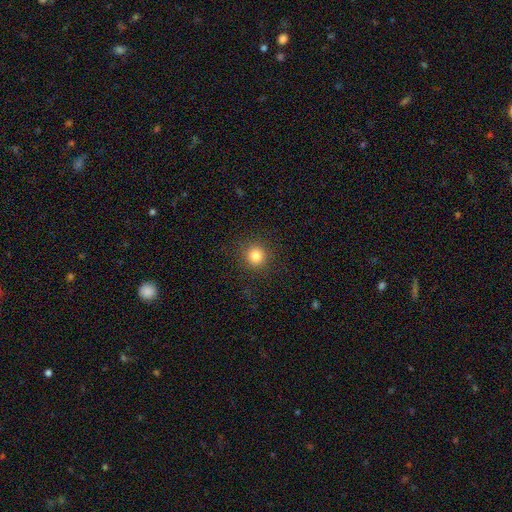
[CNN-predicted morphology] Smooth or featured: smooth — 83% (star or artifact — 12%)
How rounded: round — 93% (in between — 6%)
Merging: none — 90% (minor disturbance — 6%)